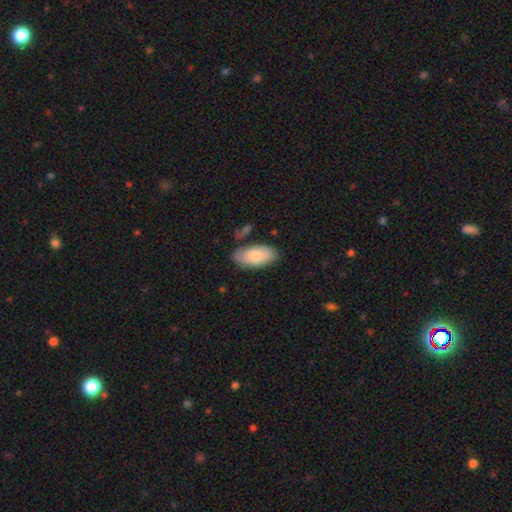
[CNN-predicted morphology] This is clearly a smooth galaxy (82%). How rounded: clearly in between (94%). Merging: likely none (74%).